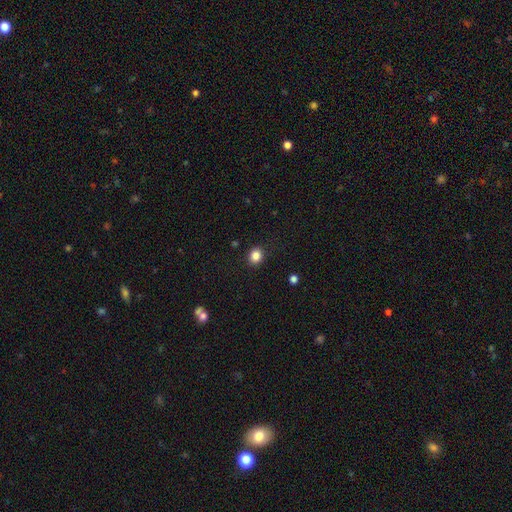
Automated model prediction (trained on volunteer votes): Smooth or featured?
  - smooth: 85% *
  - star or artifact: 11%
  - featured or disk: 4%
How rounded?
  - round: 73% *
  - in between: 27%
  - cigar-shaped: 1%
Merging?
  - none: 89% *
  - minor disturbance: 8%
  - major disturbance: 2%
  - merger: 1%